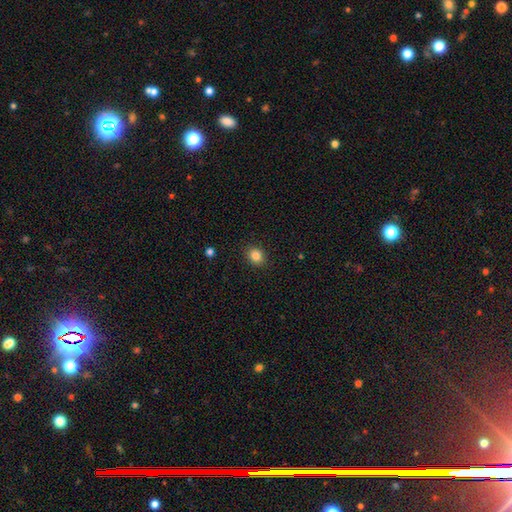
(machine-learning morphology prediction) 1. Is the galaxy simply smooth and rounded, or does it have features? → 85% smooth, 11% star or artifact, 5% featured or disk.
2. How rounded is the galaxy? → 65% round, 34% in between, 1% cigar-shaped.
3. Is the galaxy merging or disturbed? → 90% none, 7% minor disturbance, 2% major disturbance, 1% merger.